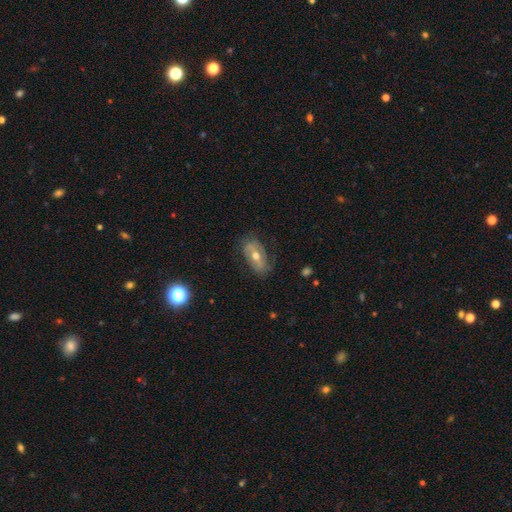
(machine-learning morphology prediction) featured or disk 58%, smooth 33%, star or artifact 9%. Down the decision tree: edge-on disk — no (88%); bar — no (42%); spiral arms — yes (60%); bulge size — moderate (74%); merging — none (69%).